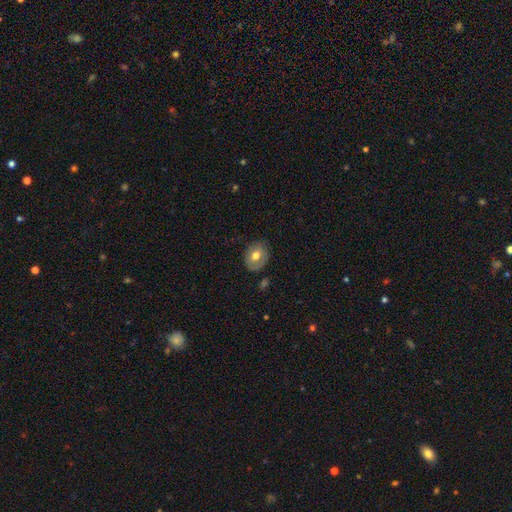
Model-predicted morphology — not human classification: A smooth galaxy with no disk features (64%) that is in between round and cigar-shaped (51%). Merging: none (76%).